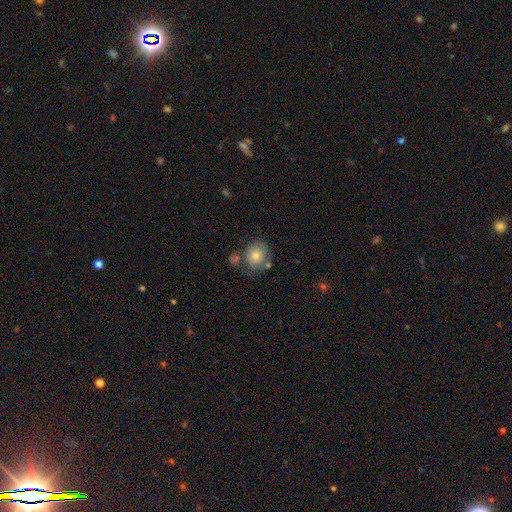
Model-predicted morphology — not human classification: This is likely a smooth galaxy (71%). How rounded: possibly round (60%). Merging: possibly none (60%).